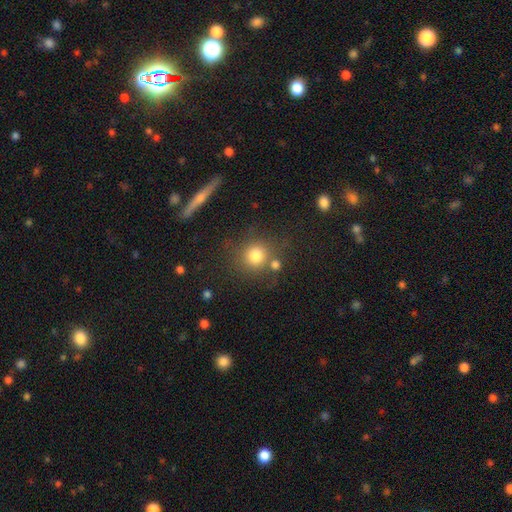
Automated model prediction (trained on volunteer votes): This appears to be a smooth galaxy with no disk features (79%) that is round (90%). Merging: none (68%).